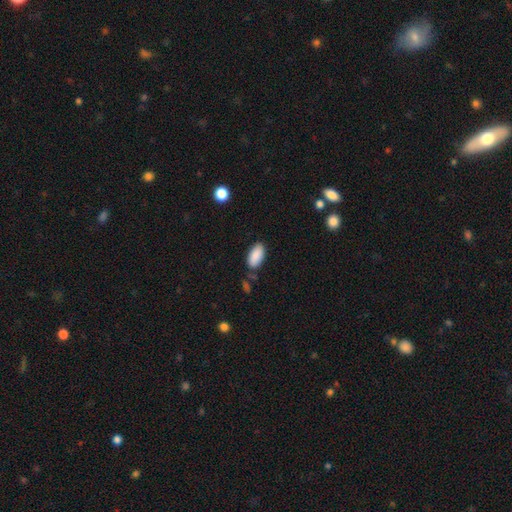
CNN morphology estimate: This is clearly a smooth galaxy (89%). How rounded: clearly in between (93%). Merging: likely none (79%).